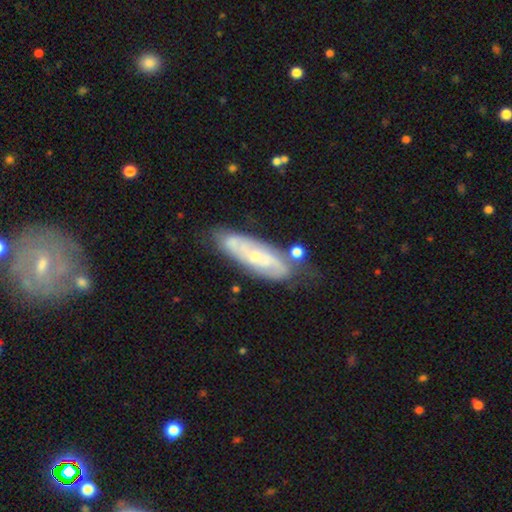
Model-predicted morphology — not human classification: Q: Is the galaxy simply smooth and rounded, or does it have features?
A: featured or disk — 72%.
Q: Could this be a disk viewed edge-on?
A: no — 85%.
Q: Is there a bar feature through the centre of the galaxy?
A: no — 60%.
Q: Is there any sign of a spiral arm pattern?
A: yes — 88%.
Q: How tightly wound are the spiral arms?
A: tight — 47%.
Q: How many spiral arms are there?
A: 2 — 54%.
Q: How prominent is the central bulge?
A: small — 66%.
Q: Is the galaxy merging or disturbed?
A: none — 66%.